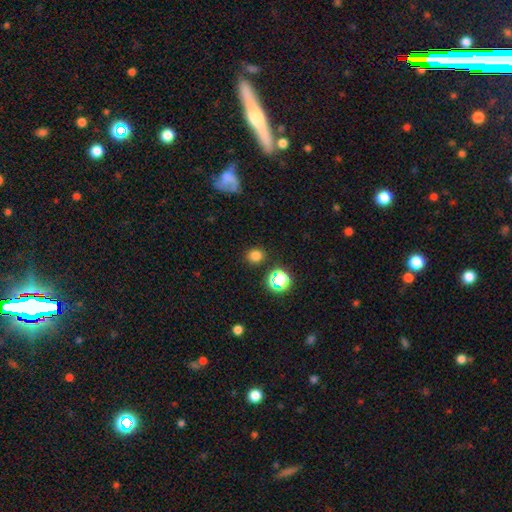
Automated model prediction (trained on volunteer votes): smooth-or-featured: smooth: 76% | star or artifact: 19% | featured or disk: 5%
  how-rounded: round: 81% | in between: 18% | cigar-shaped: 1%
  merging: none: 88% | minor disturbance: 7% | major disturbance: 3% | merger: 3%